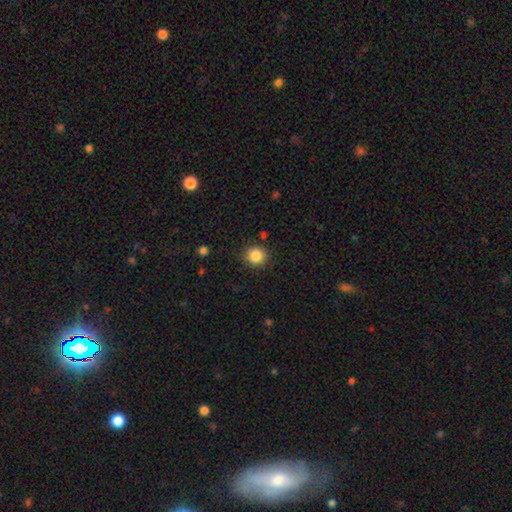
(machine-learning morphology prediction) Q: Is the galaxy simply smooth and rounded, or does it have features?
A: smooth — 86%.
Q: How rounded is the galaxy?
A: round — 83%.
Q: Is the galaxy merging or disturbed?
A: none — 87%.